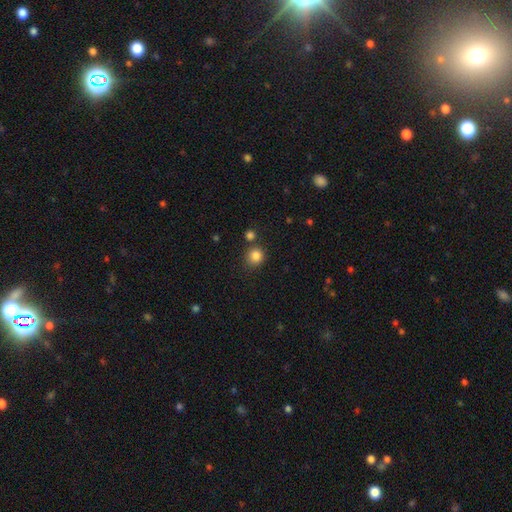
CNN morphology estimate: Overall: smooth (84%). How rounded: round (88%). Merging: none (75%).